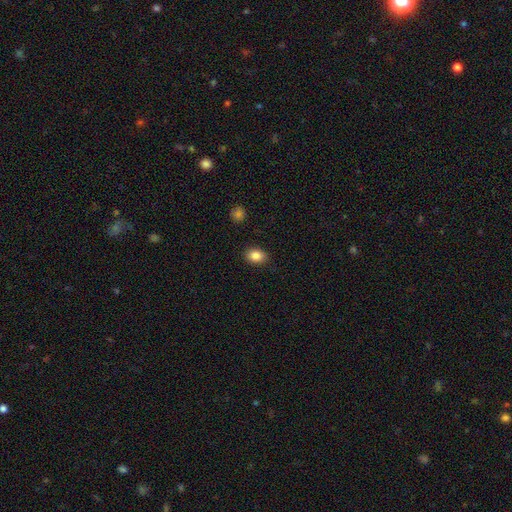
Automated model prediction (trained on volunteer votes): smooth-or-featured: smooth: 86% | star or artifact: 8% | featured or disk: 6%
  how-rounded: in between: 76% | round: 23% | cigar-shaped: 1%
  merging: none: 88% | minor disturbance: 8% | major disturbance: 2% | merger: 1%